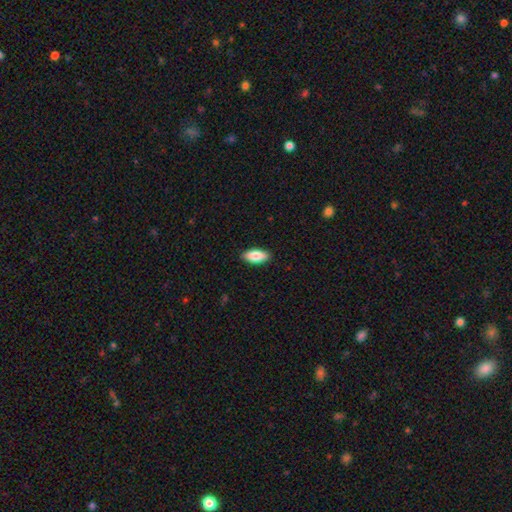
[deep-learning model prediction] Morphology: type=smooth (85%); roundness=in between (86%); merging=none (89%).